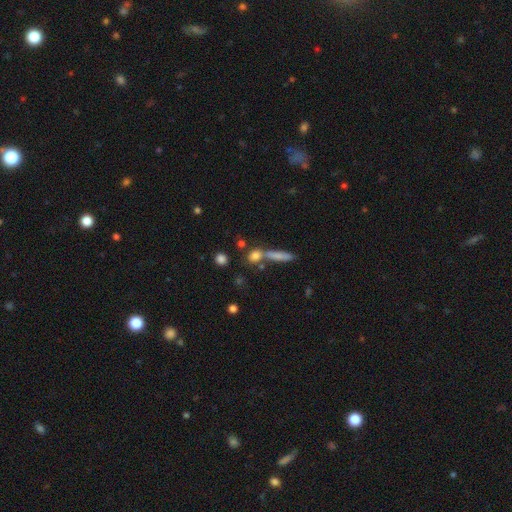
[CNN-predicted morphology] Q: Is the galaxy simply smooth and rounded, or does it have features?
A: smooth — 76%.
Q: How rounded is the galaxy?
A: round — 48%.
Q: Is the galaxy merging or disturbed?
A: none — 60%.